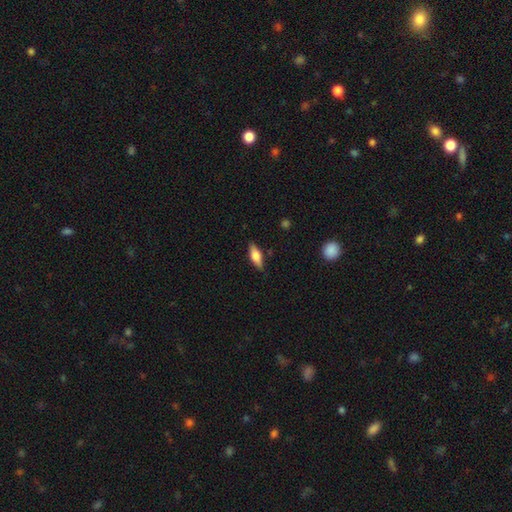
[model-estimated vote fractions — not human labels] A smooth galaxy with no disk features (61%) that is in between round and cigar-shaped (64%).

Vote fractions:
- Smooth or featured? smooth: 61% / featured or disk: 32% / star or artifact: 7%
- How rounded? in between: 64% / cigar-shaped: 33% / round: 3%
- Merging? none: 83% / minor disturbance: 13% / major disturbance: 3% / merger: 1%